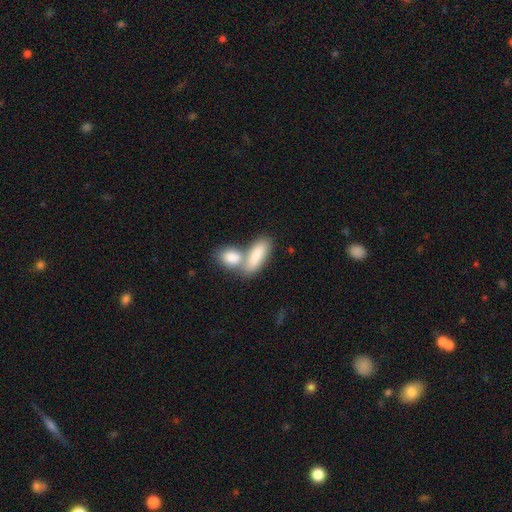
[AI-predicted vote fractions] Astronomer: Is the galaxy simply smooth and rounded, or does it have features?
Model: smooth — 83%.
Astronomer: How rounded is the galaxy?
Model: in between — 78%.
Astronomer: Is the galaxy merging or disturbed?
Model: merger — 58%.